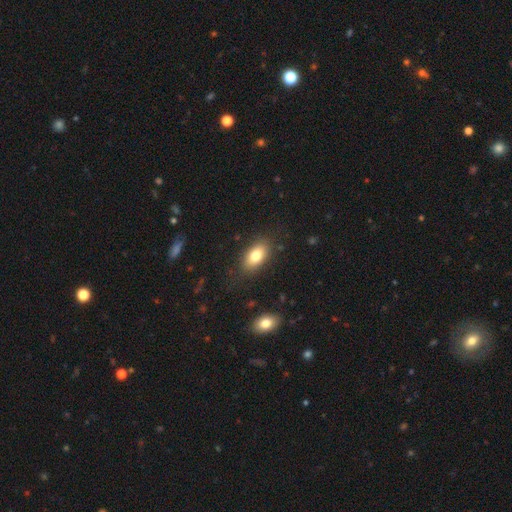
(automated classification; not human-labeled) Q: Smooth or featured?
A: smooth (78%); runner-up: featured or disk (14%)
Q: How rounded?
A: in between (89%); runner-up: round (7%)
Q: Merging?
A: none (83%); runner-up: minor disturbance (12%)